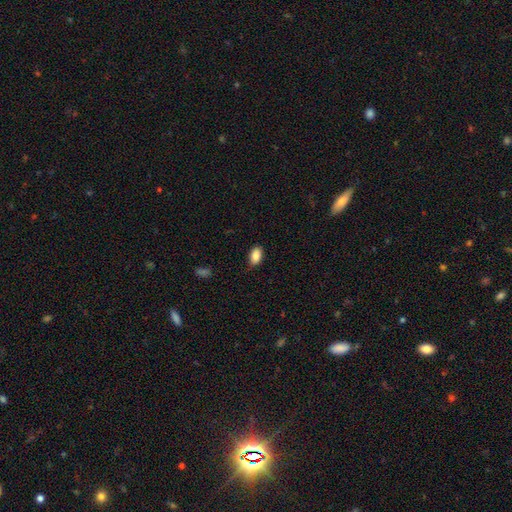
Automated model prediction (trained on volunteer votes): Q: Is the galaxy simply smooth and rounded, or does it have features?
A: smooth — 87%.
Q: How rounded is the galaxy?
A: in between — 91%.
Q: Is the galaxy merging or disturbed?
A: none — 82%.